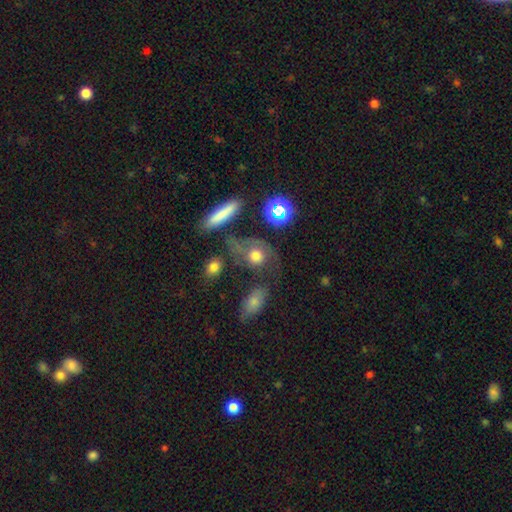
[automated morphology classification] A smooth galaxy with no disk features (51%) that is round (55%).

Vote fractions:
- Smooth or featured? smooth: 51% / featured or disk: 33% / star or artifact: 16%
- How rounded? round: 55% / in between: 42% / cigar-shaped: 4%
- Merging? none: 42% / major disturbance: 23% / minor disturbance: 20% / merger: 15%